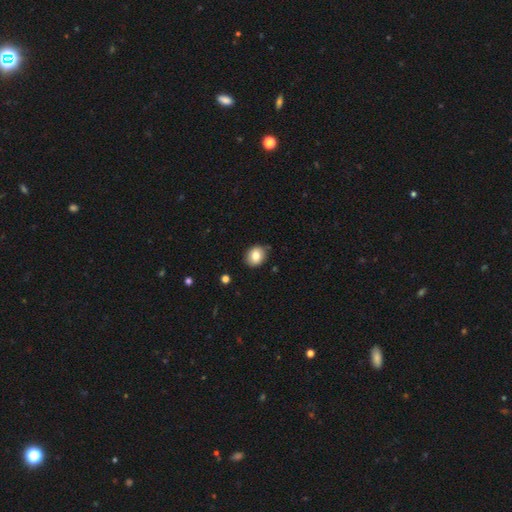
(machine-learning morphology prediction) type=smooth (79%); roundness=round (66%); merging=none (81%).